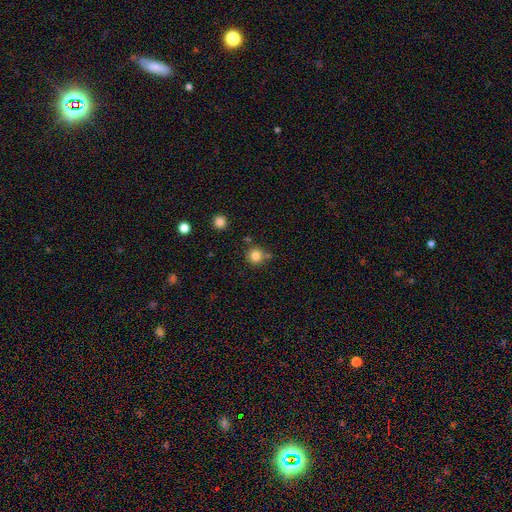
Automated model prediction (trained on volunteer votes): Smooth or featured: smooth — 83% (star or artifact — 12%)
How rounded: round — 94% (in between — 5%)
Merging: none — 76% (merger — 11%)